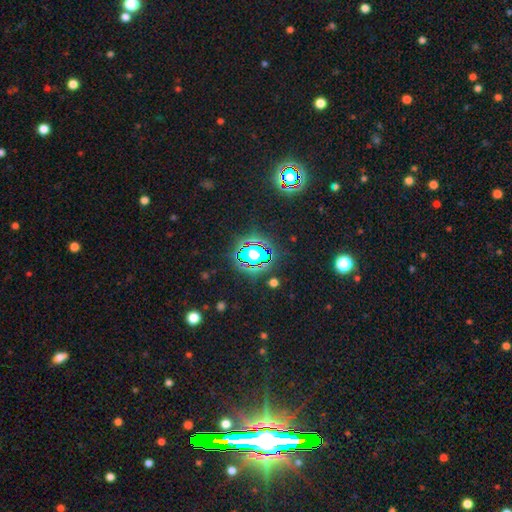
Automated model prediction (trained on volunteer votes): Smooth or featured: star or artifact — 81% (smooth — 11%)